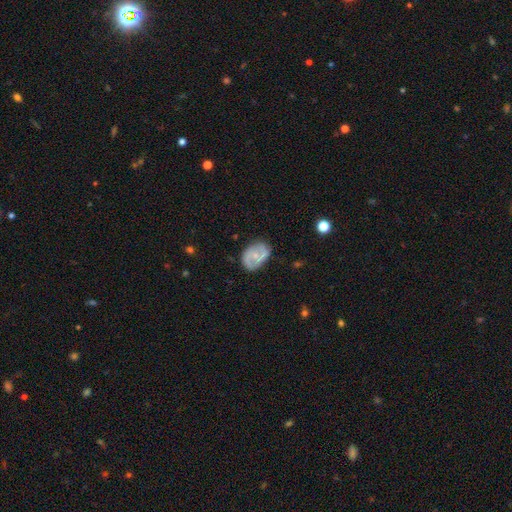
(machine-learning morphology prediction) Smooth or featured?
  - featured or disk: 61% *
  - smooth: 33%
  - star or artifact: 6%
Edge-on disk?
  - no: 97% *
  - yes: 3%
Bar?
  - no: 54% *
  - weak: 36%
  - strong: 9%
Spiral arms?
  - yes: 71% *
  - no: 29%
Bulge size?
  - small: 58% *
  - moderate: 32%
  - none: 7%
  - large: 1%
  - dominant: 1%
Merging?
  - none: 66% *
  - minor disturbance: 23%
  - major disturbance: 8%
  - merger: 3%